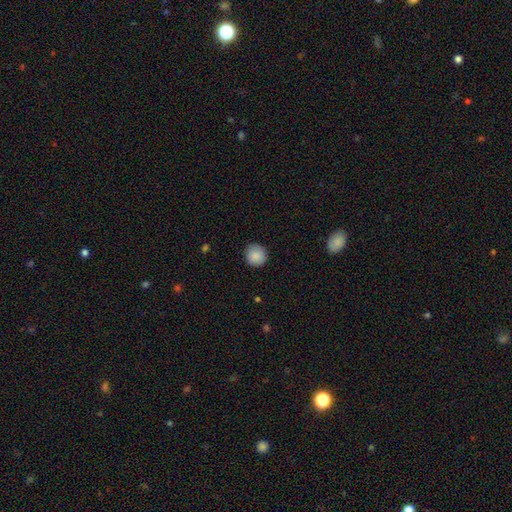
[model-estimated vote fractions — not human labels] Smooth or featured? Predicted: smooth (p=0.88). How rounded? Predicted: round (p=0.93). Merging? Predicted: none (p=0.88).